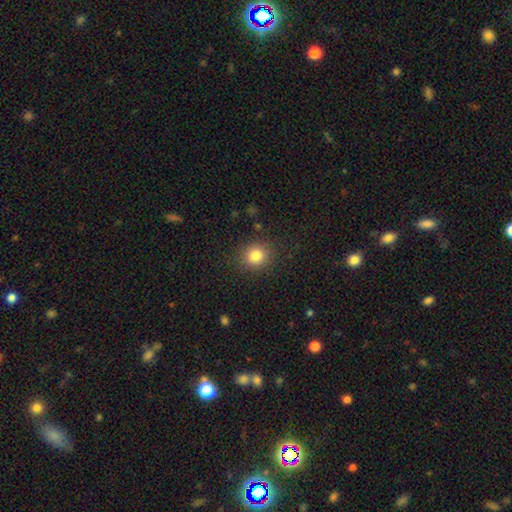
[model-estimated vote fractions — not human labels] Q: Smooth or featured?
A: smooth (82%); runner-up: star or artifact (12%)
Q: How rounded?
A: round (81%); runner-up: in between (19%)
Q: Merging?
A: none (88%); runner-up: minor disturbance (8%)